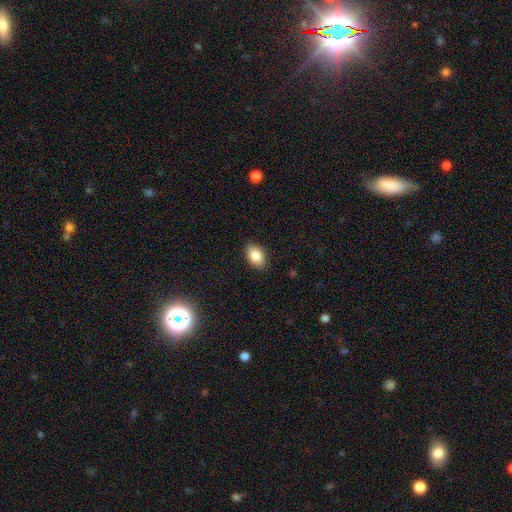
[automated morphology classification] This appears to be a smooth galaxy with no disk features (86%) that is in between round and cigar-shaped (86%). Merging: none (87%).